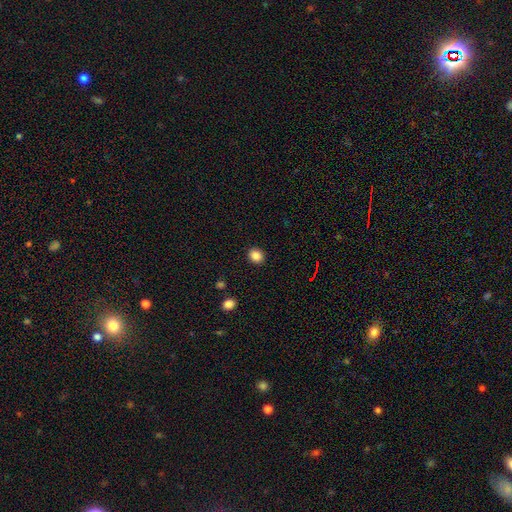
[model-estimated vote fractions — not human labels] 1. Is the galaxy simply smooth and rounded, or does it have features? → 86% smooth, 10% star or artifact, 4% featured or disk.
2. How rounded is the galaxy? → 72% round, 27% in between, 1% cigar-shaped.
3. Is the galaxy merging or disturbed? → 91% none, 6% minor disturbance, 2% major disturbance, 1% merger.